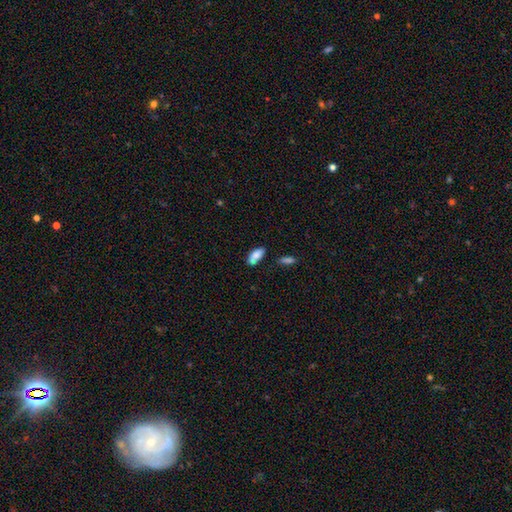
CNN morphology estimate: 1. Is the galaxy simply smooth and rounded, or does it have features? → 81% smooth, 11% featured or disk, 8% star or artifact.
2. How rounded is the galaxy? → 87% in between, 11% cigar-shaped, 3% round.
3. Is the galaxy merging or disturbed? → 58% none, 21% minor disturbance, 16% merger, 5% major disturbance.